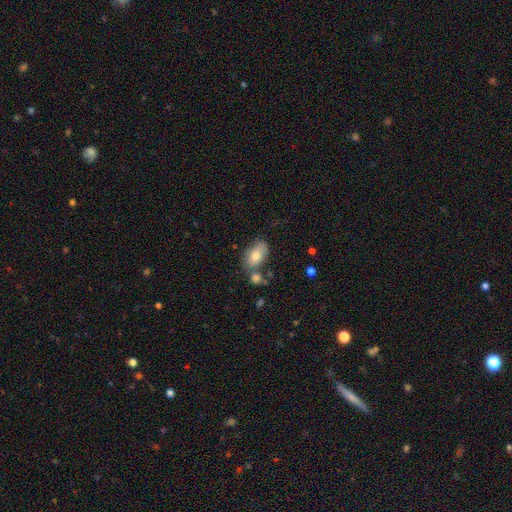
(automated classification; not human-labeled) Smooth or featured? Predicted: smooth (p=0.74). How rounded? Predicted: in between (p=0.91). Merging? Predicted: none (p=0.55).